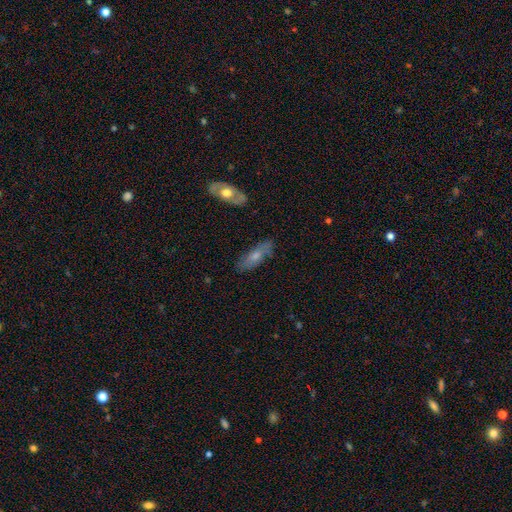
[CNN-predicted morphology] Smooth or featured? smooth (53%)
How rounded? in between (55%)
Merging? none (74%)